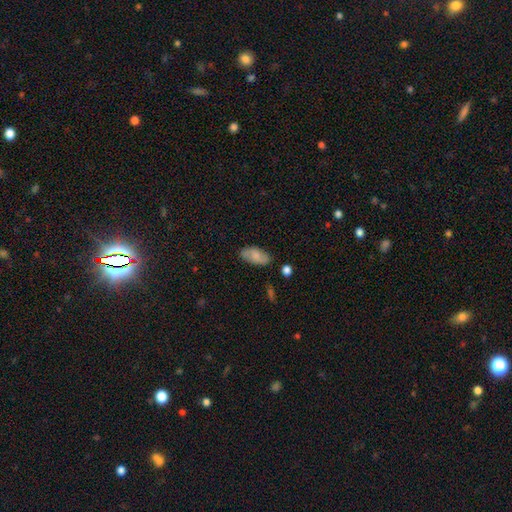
Morphology: type=smooth (71%); roundness=in between (85%); merging=none (69%).